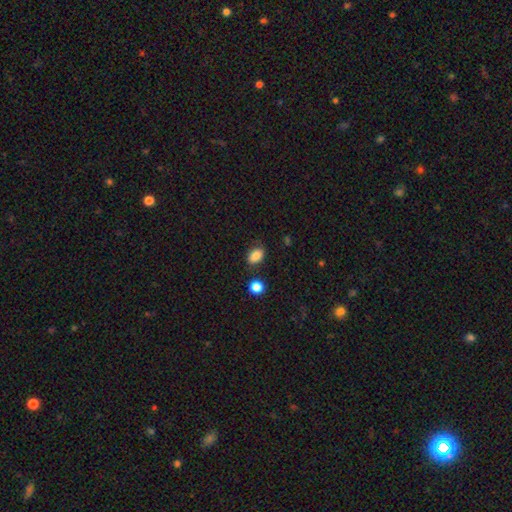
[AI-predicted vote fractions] This appears to be a smooth galaxy with no disk features (85%) that is in between round and cigar-shaped (81%). Merging: none (78%).